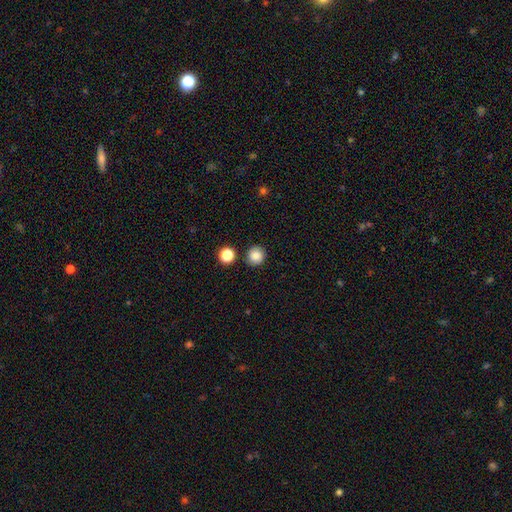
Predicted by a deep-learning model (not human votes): This is clearly a smooth galaxy (85%). How rounded: clearly round (93%). Merging: clearly none (87%).